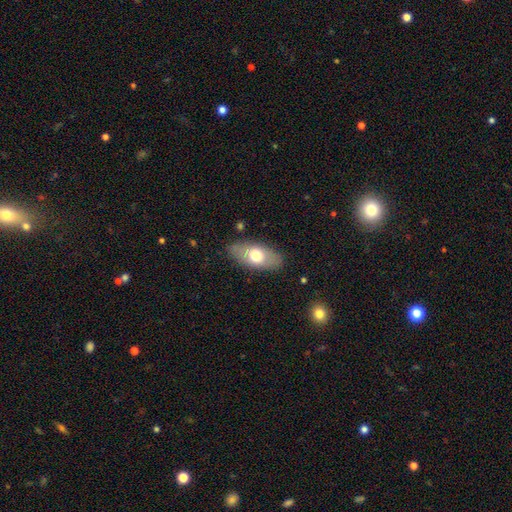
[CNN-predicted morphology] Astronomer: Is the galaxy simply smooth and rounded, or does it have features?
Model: smooth — 65%.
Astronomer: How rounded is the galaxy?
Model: in between — 89%.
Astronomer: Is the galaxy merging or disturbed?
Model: none — 83%.